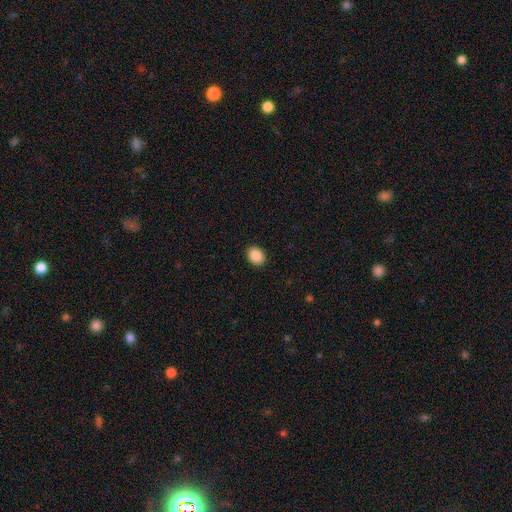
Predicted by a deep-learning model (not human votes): A smooth galaxy with no disk features (88%) that is in between round and cigar-shaped (58%).

Vote fractions:
- Smooth or featured? smooth: 88% / star or artifact: 8% / featured or disk: 4%
- How rounded? in between: 58% / round: 41% / cigar-shaped: 1%
- Merging? none: 91% / minor disturbance: 6% / major disturbance: 2% / merger: 1%